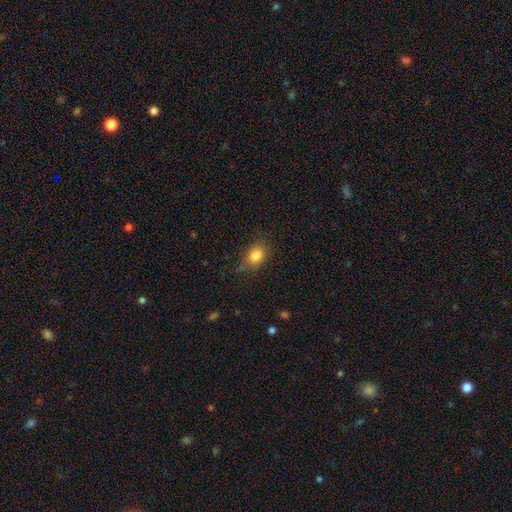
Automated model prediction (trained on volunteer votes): smooth_or_featured: smooth (p=0.82) [alt: star or artifact p=0.10]
how_rounded: in between (p=0.56) [alt: round p=0.42]
merging: none (p=0.70) [alt: minor disturbance p=0.22]